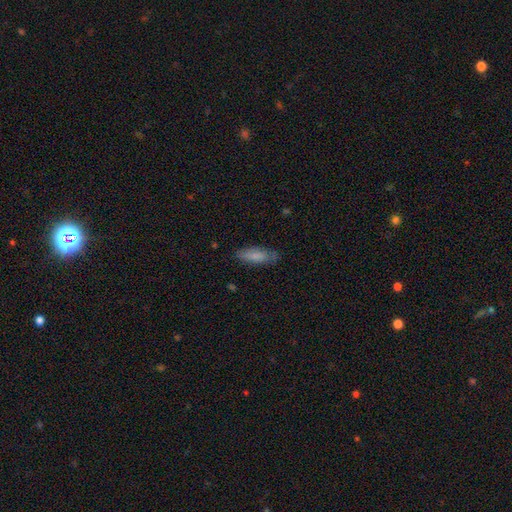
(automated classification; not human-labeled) The model was most divided on "how rounded": in between: 57%, cigar-shaped: 41%, round: 2%. More confident: smooth or featured — smooth (82%); merging — none (75%).